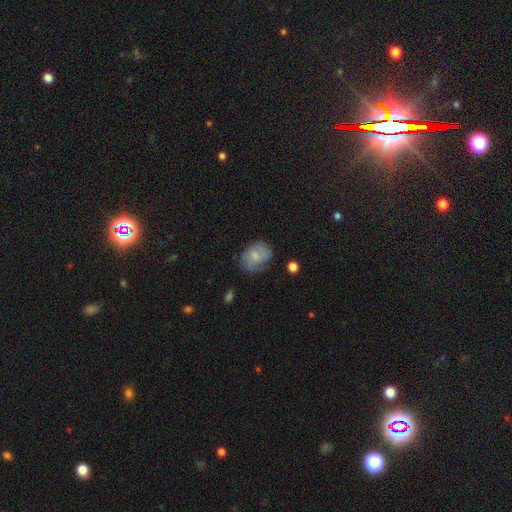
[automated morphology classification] A smooth galaxy with no disk features (57%) that is in between round and cigar-shaped (60%). Merging: none (58%).